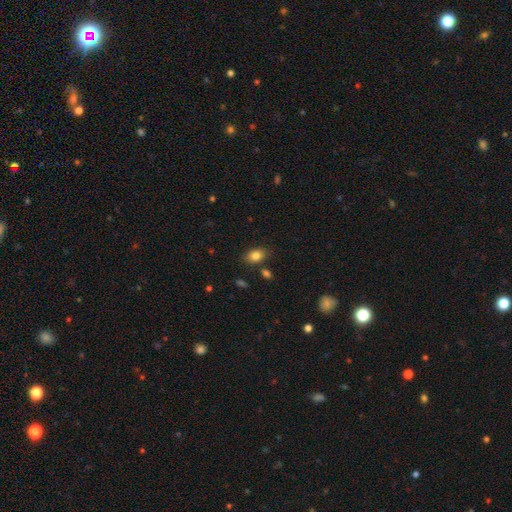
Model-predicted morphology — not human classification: type=smooth (83%); roundness=in between (82%); merging=none (80%).